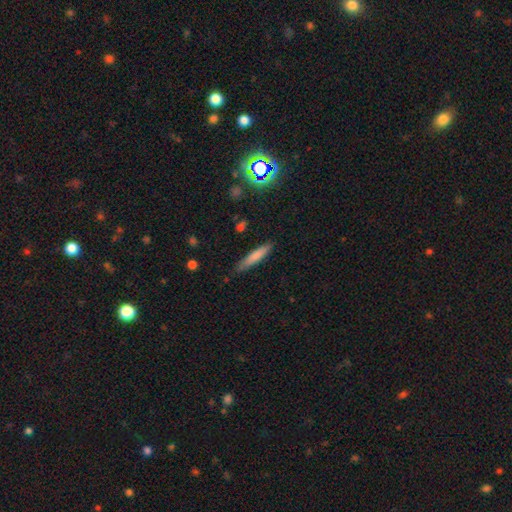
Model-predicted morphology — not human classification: smooth-or-featured: smooth: 74% | featured or disk: 19% | star or artifact: 6%
  how-rounded: cigar-shaped: 90% | in between: 8% | round: 1%
  merging: none: 84% | minor disturbance: 12% | major disturbance: 2% | merger: 2%